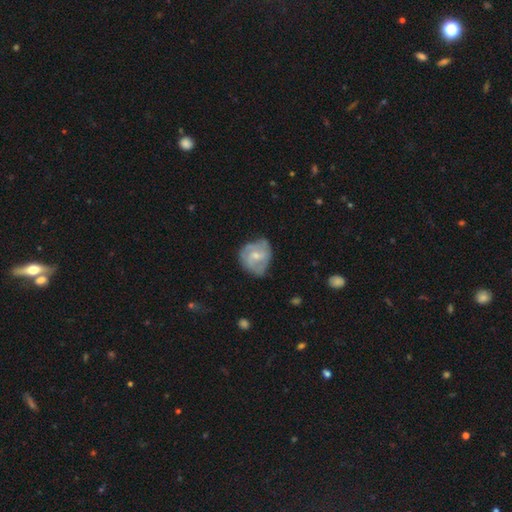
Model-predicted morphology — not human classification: type=featured or disk (62%); edge-on=no (98%); bar=no (48%); spiral arms=yes (75%); bulge=small (48%); merging=none (51%).